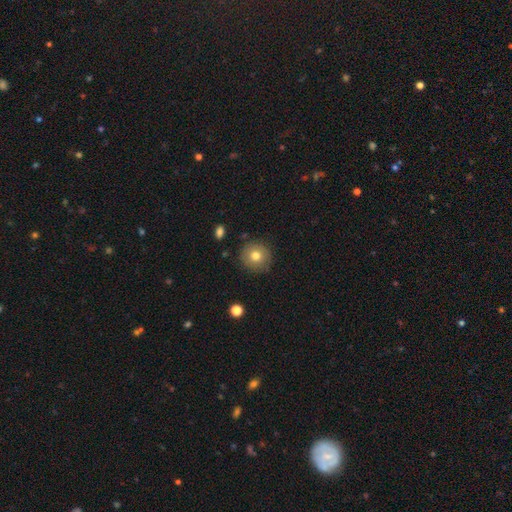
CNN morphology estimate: Smooth or featured? Predicted: smooth (p=0.75). How rounded? Predicted: round (p=0.93). Merging? Predicted: none (p=0.87).